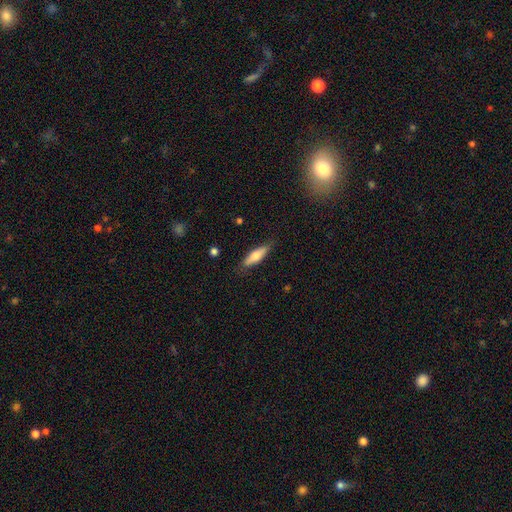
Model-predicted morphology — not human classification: The model was most divided on "how rounded": cigar-shaped: 58%, in between: 40%, round: 2%. More confident: merging — none (80%); smooth or featured — smooth (67%).